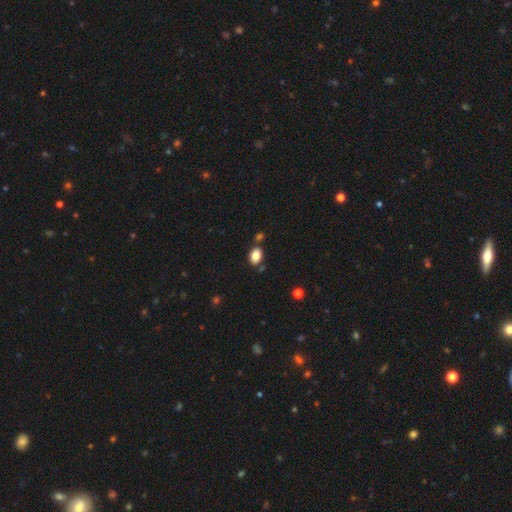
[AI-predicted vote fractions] smooth 84%, star or artifact 9%, featured or disk 7%. Down the decision tree: how rounded — in between (82%); merging — none (74%).